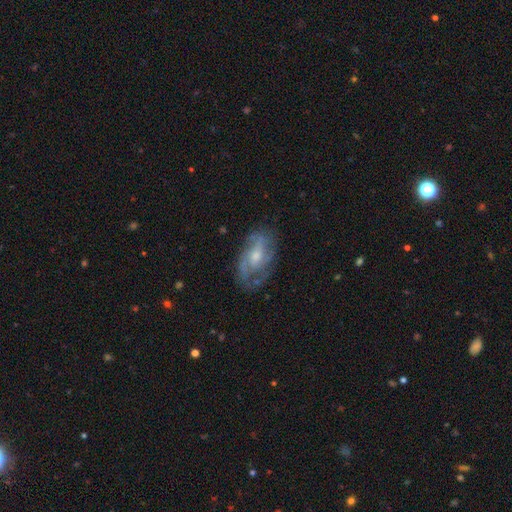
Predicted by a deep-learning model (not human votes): This is likely a featured or disk galaxy (73%). It is clearly not viewed edge-on (94%). Bar: possibly no (59%). Spiral arm pattern: clearly yes (83%). Spiral arm count: marginally 2 (42%). Spiral winding: marginally medium (43%). Central bulge: possibly moderate (51%). Merging: likely none (67%).